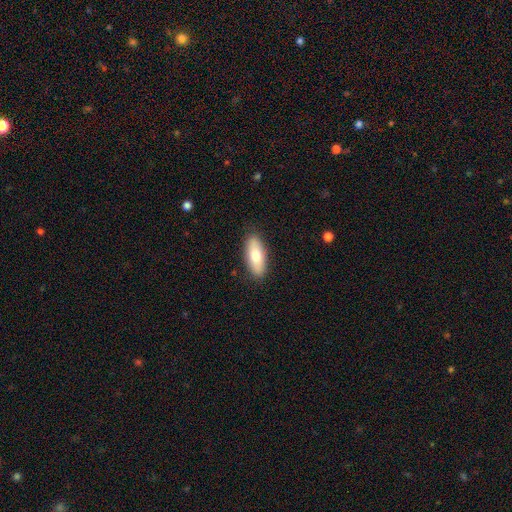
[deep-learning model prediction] A smooth galaxy with no disk features (74%) that is in between round and cigar-shaped (75%).

Vote fractions:
- Smooth or featured? smooth: 74% / featured or disk: 20% / star or artifact: 6%
- How rounded? in between: 75% / cigar-shaped: 23% / round: 2%
- Merging? none: 88% / minor disturbance: 9% / major disturbance: 2% / merger: 1%